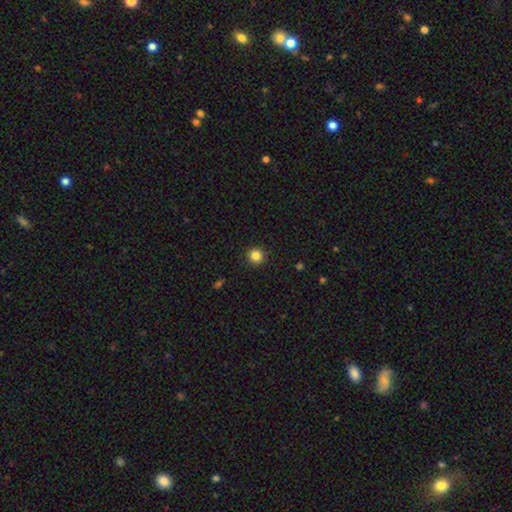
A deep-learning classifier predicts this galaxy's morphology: smooth-or-featured: smooth: 84% | star or artifact: 11% | featured or disk: 4%
  how-rounded: round: 94% | in between: 5% | cigar-shaped: 1%
  merging: none: 92% | minor disturbance: 5% | major disturbance: 2% | merger: 1%